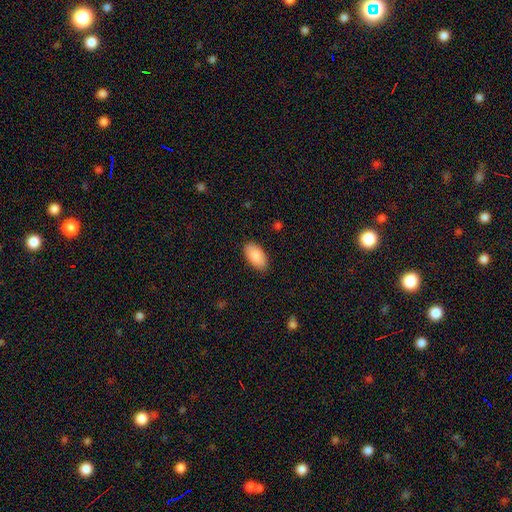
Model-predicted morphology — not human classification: type=smooth (88%); roundness=in between (95%); merging=none (87%).